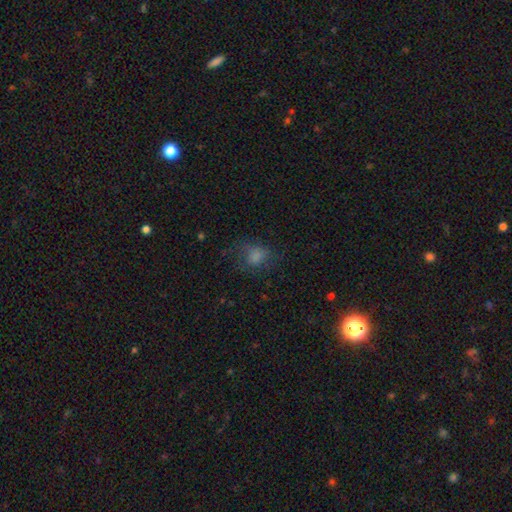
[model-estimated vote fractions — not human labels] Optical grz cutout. It shows a smooth galaxy with no disk features (62%) that is round (52%). Merging: none (57%).